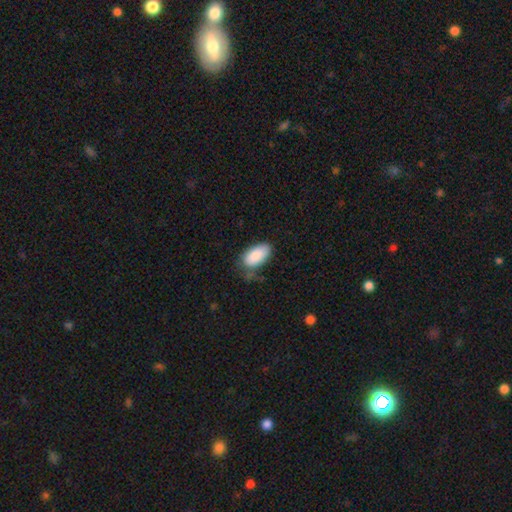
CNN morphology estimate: This is clearly a smooth galaxy (89%). How rounded: clearly in between (95%). Merging: likely none (60%).